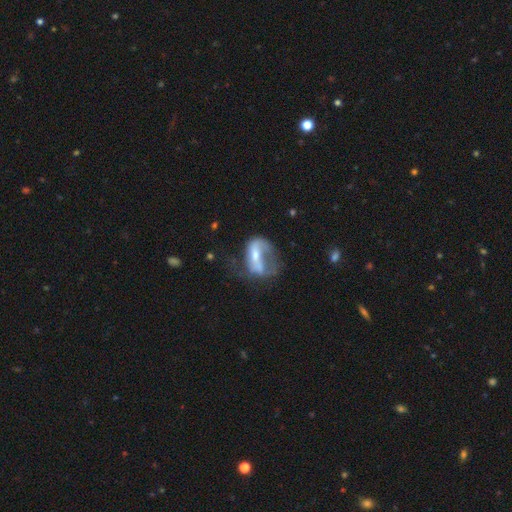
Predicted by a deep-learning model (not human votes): smooth_or_featured: featured or disk (p=0.56) [alt: smooth p=0.35]
disk_edge_on: no (p=0.94) [alt: yes p=0.06]
bar: no (p=0.42) [alt: weak p=0.32]
has_spiral_arms: no (p=0.52) [alt: yes p=0.48]
bulge_size: moderate (p=0.41) [alt: small p=0.40]
merging: major disturbance (p=0.50) [alt: none p=0.25]